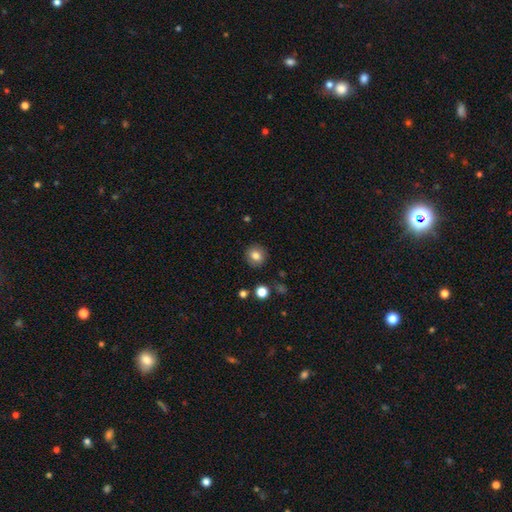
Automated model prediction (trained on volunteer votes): Smooth or featured? smooth (81%)
How rounded? round (87%)
Merging? none (90%)